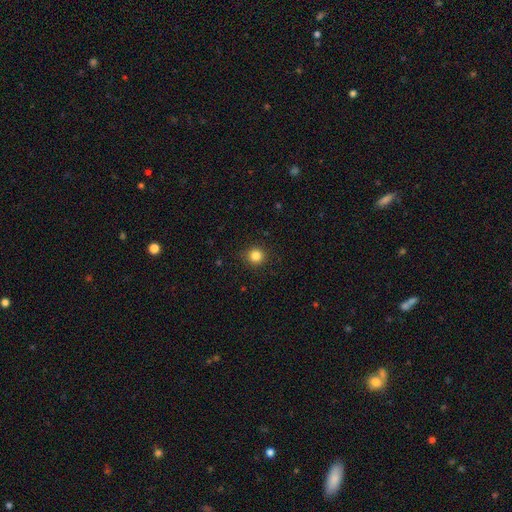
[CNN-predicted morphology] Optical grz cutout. It shows a smooth galaxy with no disk features (83%) that is round (94%). Merging: none (91%).